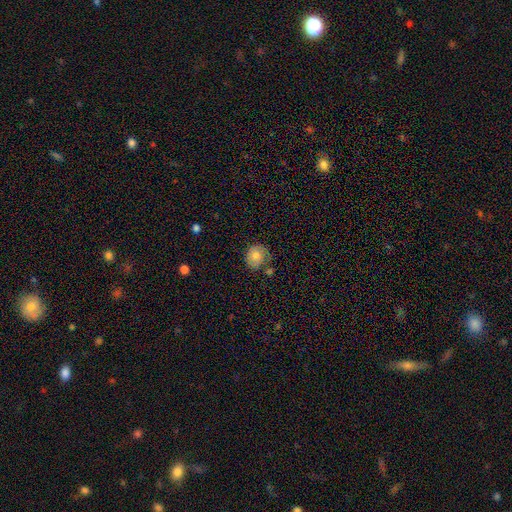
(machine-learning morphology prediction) The model was most divided on "merging": none: 67%, minor disturbance: 22%, major disturbance: 6%, merger: 6%. More confident: how rounded — round (74%); smooth or featured — smooth (71%).